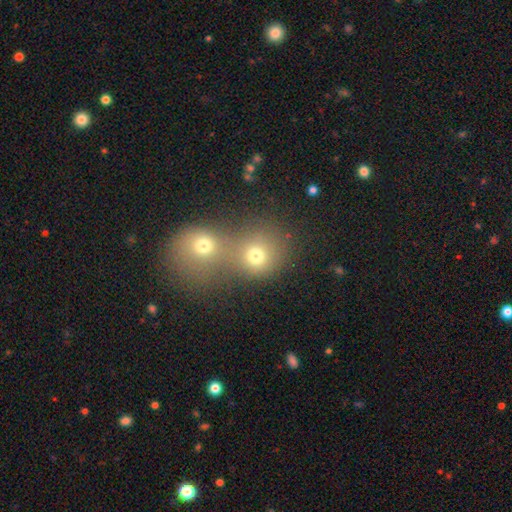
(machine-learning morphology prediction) A smooth galaxy with no disk features (73%) that is round (81%). Merging: merger (63%).